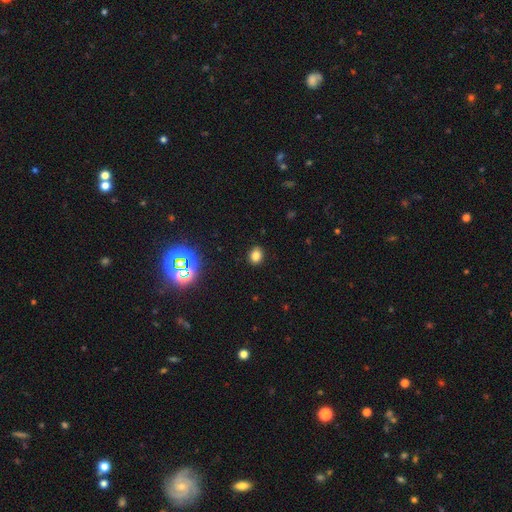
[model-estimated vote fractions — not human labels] Smooth or featured? smooth (78%)
How rounded? round (50%)
Merging? none (90%)